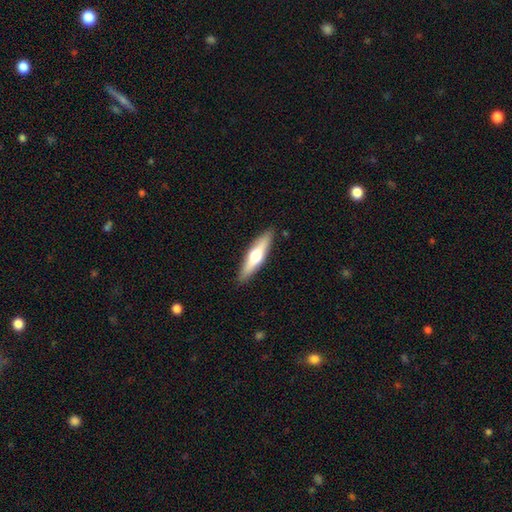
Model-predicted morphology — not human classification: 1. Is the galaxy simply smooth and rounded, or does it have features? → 50% featured or disk, 45% smooth, 5% star or artifact.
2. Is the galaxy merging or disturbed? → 89% none, 8% minor disturbance, 2% major disturbance, 1% merger.